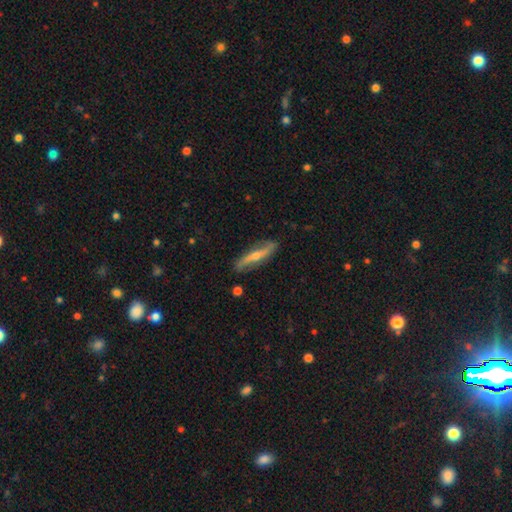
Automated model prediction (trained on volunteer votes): featured or disk 72%, smooth 23%, star or artifact 6%. Down the decision tree: edge-on disk — yes (59%); merging — none (82%).